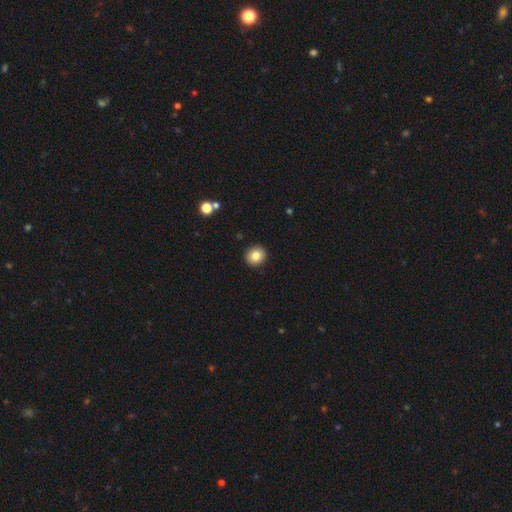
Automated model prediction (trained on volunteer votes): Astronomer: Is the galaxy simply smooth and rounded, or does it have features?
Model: smooth — 84%.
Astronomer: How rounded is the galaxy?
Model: round — 86%.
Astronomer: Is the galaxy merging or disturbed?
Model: none — 92%.